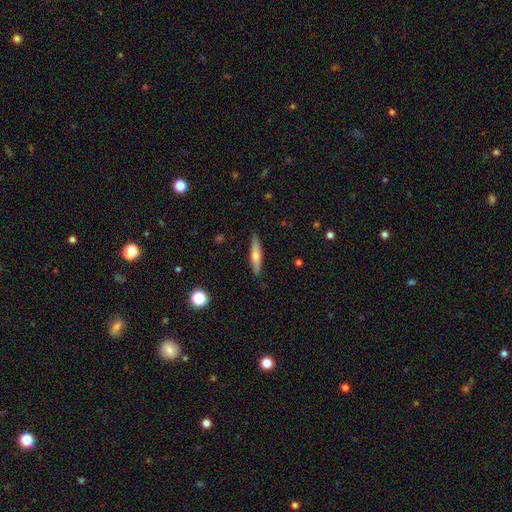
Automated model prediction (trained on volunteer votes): smooth 59%, featured or disk 35%, star or artifact 6%. Down the decision tree: how rounded — cigar-shaped (83%); merging — none (89%).